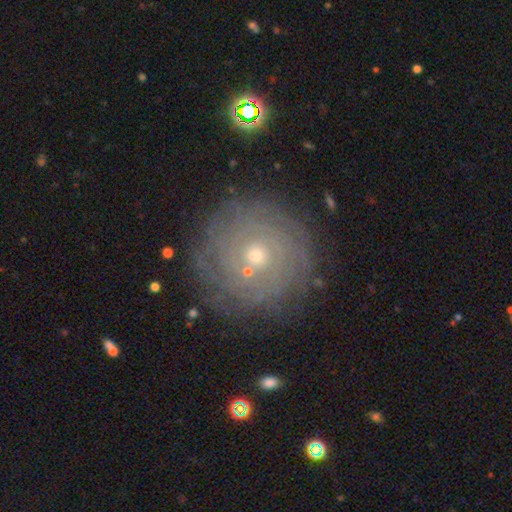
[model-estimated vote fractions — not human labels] The model was most divided on "bulge size": small: 59%, moderate: 37%, large: 2%, none: 1%, dominant: 1%. More confident: edge-on disk — no (96%); merging — none (84%); bar — no (79%); spiral arms — yes (77%); smooth or featured — featured or disk (60%).